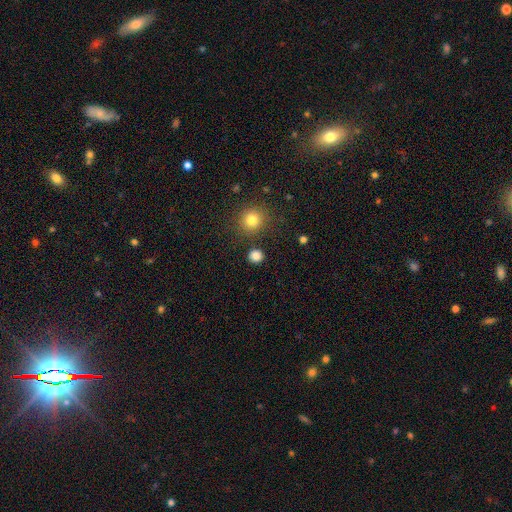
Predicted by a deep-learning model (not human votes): smooth_or_featured: smooth (p=0.84) [alt: star or artifact p=0.13]
how_rounded: round (p=0.88) [alt: in between p=0.11]
merging: none (p=0.87) [alt: minor disturbance p=0.07]